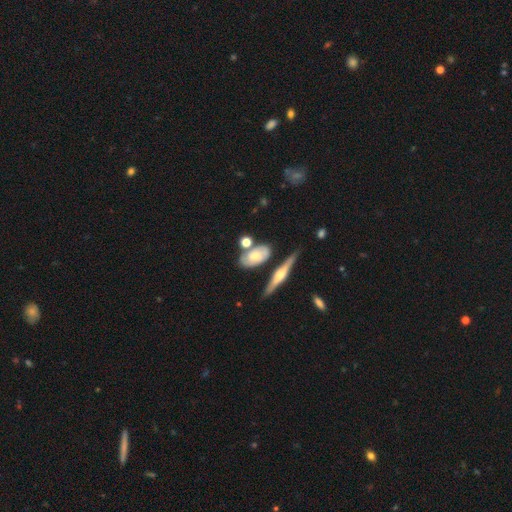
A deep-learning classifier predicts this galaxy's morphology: Q: Smooth or featured?
A: featured or disk (48%); runner-up: smooth (45%)
Q: Merging?
A: none (58%); runner-up: minor disturbance (20%)